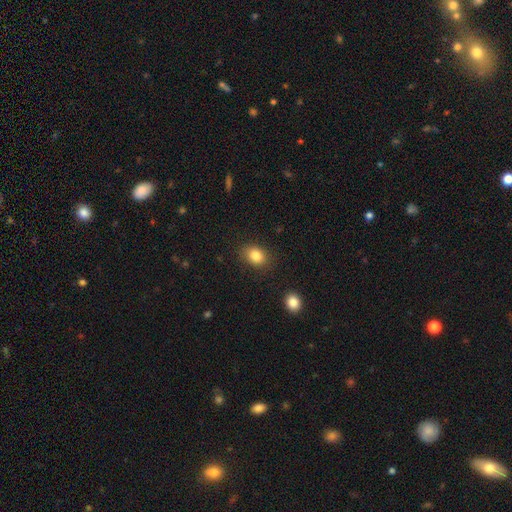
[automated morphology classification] smooth_or_featured: smooth (p=0.84) [alt: star or artifact p=0.10]
how_rounded: in between (p=0.62) [alt: round p=0.37]
merging: none (p=0.85) [alt: minor disturbance p=0.11]